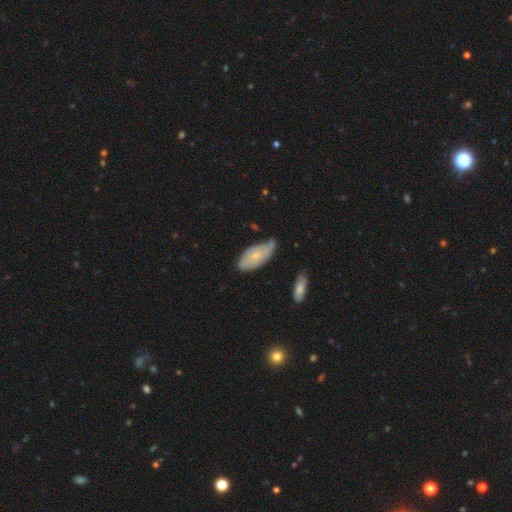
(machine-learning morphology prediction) featured or disk 49%, smooth 44%, star or artifact 7%. Down the decision tree: merging — none (50%).